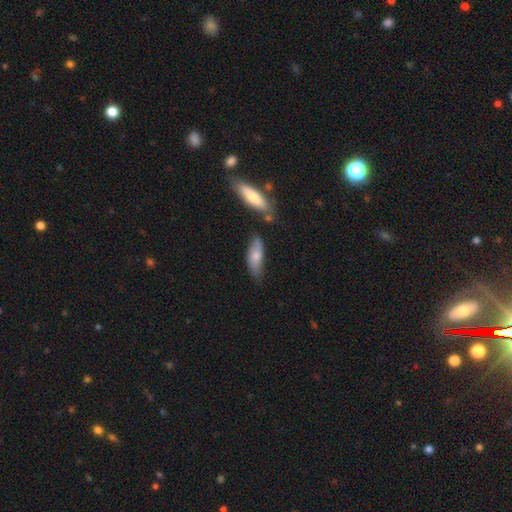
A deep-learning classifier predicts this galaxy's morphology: The model was most divided on "how rounded": in between: 64%, cigar-shaped: 34%, round: 2%. More confident: smooth or featured — smooth (70%); merging — none (61%).